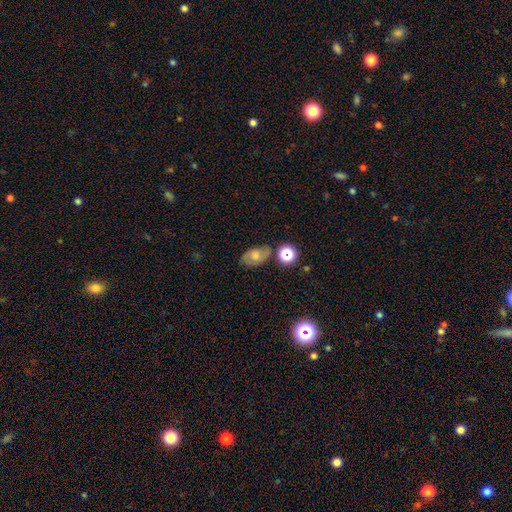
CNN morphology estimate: This is possibly a smooth galaxy (52%). How rounded: clearly in between (82%). Merging: likely none (67%).